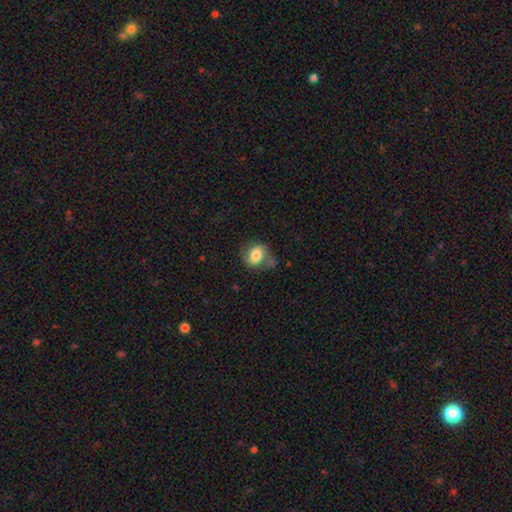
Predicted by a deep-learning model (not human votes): smooth-or-featured: smooth: 71% | featured or disk: 21% | star or artifact: 8%
  how-rounded: in between: 57% | round: 42% | cigar-shaped: 1%
  merging: none: 55% | minor disturbance: 25% | major disturbance: 11% | merger: 9%